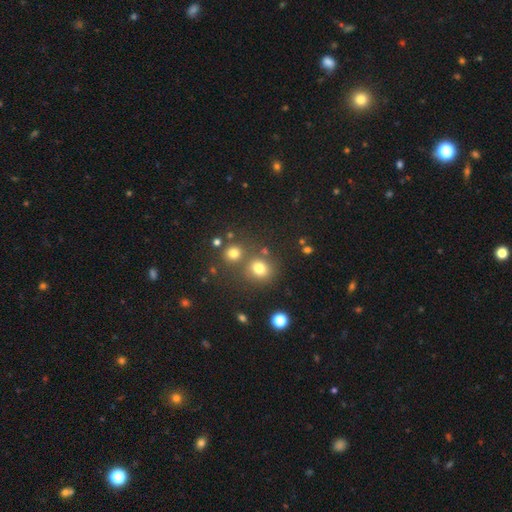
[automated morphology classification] Smooth or featured? smooth (47%)
Merging? none (56%)